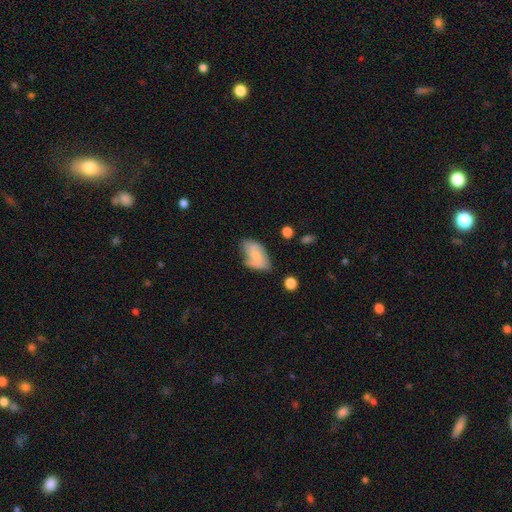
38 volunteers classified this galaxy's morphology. A smooth galaxy with no disk features (53%) that is in between round and cigar-shaped (90%). Merging: none (42%).